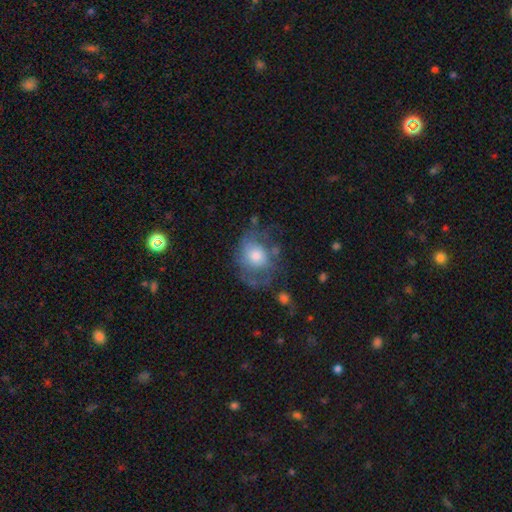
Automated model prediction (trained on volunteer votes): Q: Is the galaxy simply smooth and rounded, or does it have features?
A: smooth — 47%.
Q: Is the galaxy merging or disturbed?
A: none — 43%.